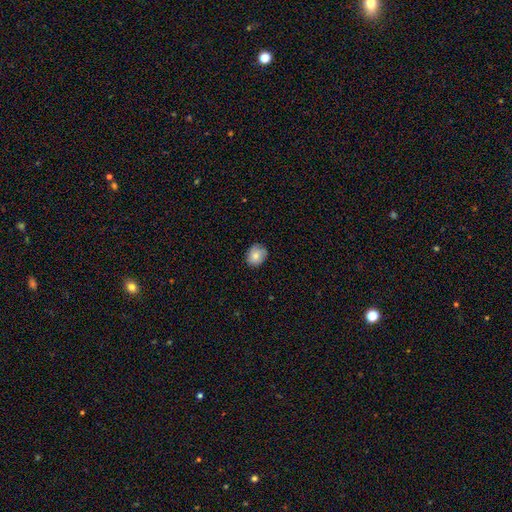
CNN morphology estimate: Smooth or featured: smooth — 79% (featured or disk — 12%)
How rounded: round — 69% (in between — 30%)
Merging: none — 80% (minor disturbance — 17%)